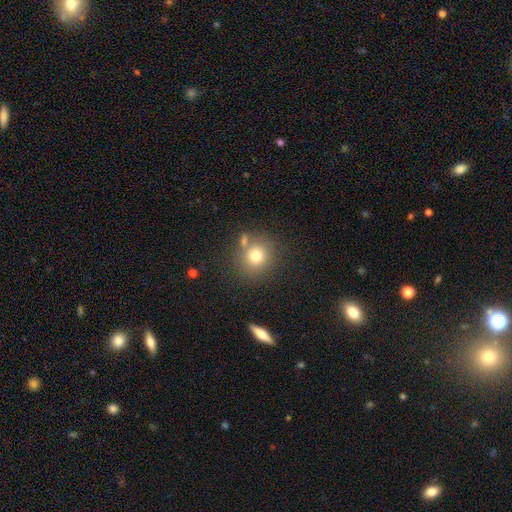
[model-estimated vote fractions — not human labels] Overall: smooth (74%). How rounded: round (87%). Merging: none (70%).